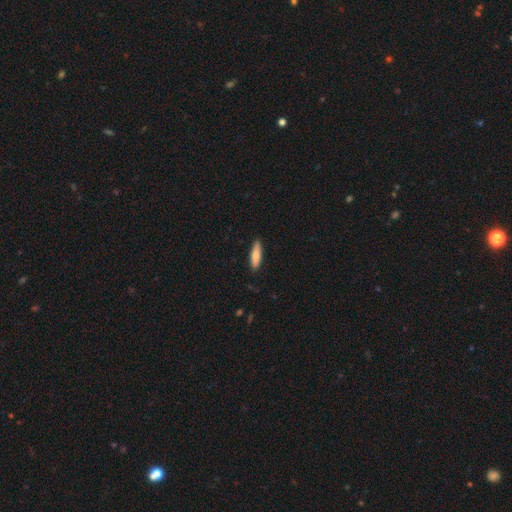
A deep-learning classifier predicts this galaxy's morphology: Smooth or featured? Predicted: smooth (p=0.77). How rounded? Predicted: cigar-shaped (p=0.69). Merging? Predicted: none (p=0.89).